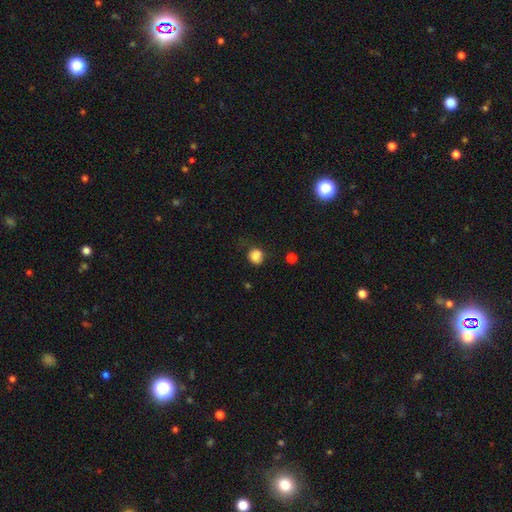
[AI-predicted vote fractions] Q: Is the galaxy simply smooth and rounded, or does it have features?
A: smooth — 84%.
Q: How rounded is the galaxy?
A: round — 76%.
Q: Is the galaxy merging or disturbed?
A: none — 69%.